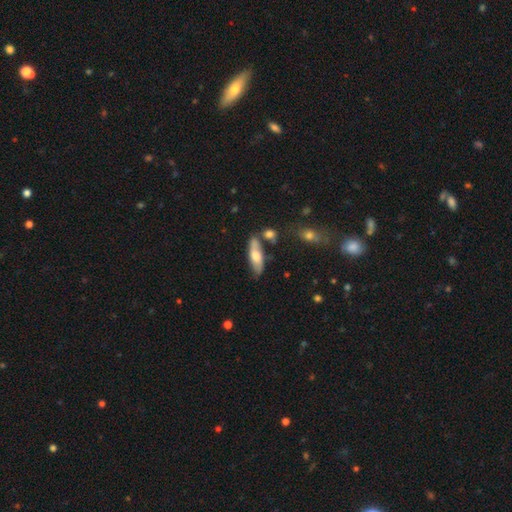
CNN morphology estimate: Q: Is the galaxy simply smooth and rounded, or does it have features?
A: smooth — 59%.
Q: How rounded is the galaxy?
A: in between — 58%.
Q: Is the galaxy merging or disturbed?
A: none — 65%.